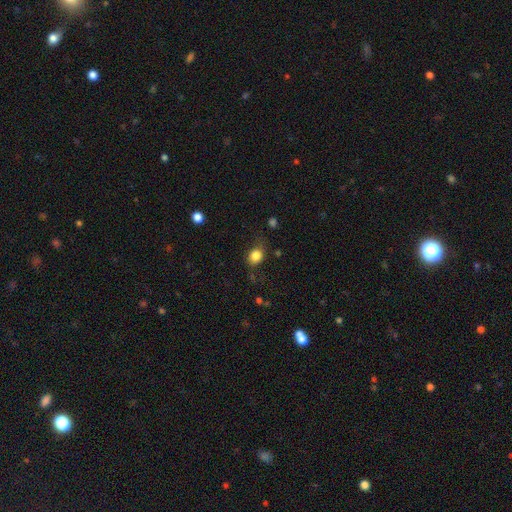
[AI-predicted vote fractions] A smooth galaxy with no disk features (82%) that is round (62%).

Vote fractions:
- Smooth or featured? smooth: 82% / star or artifact: 11% / featured or disk: 7%
- How rounded? round: 62% / in between: 37% / cigar-shaped: 1%
- Merging? none: 69% / minor disturbance: 21% / major disturbance: 8% / merger: 2%